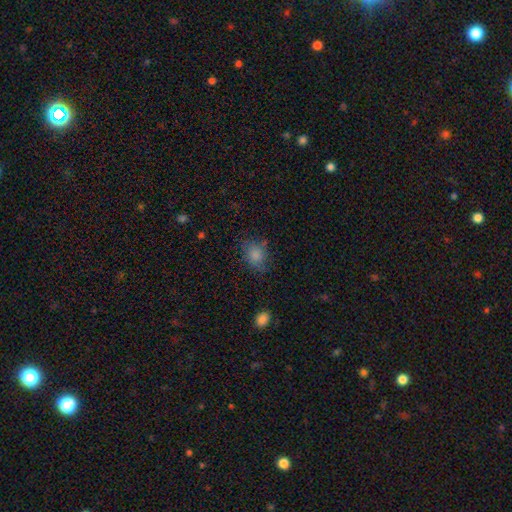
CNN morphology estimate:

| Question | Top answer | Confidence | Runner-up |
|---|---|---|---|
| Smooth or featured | smooth | 81% | star or artifact (11%) |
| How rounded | round | 51% | in between (48%) |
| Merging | none | 70% | minor disturbance (20%) |